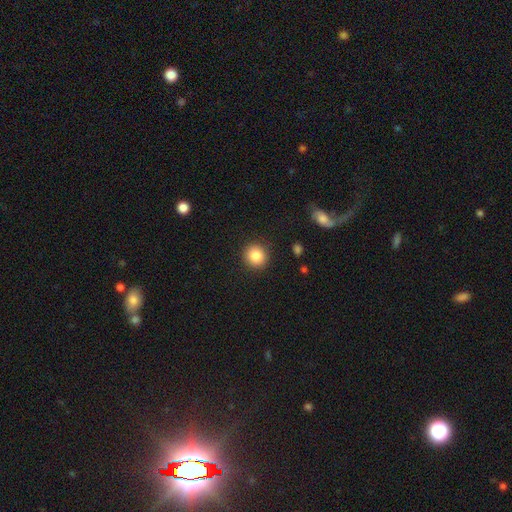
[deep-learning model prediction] The model was most divided on "smooth or featured": smooth: 85%, star or artifact: 9%, featured or disk: 5%. More confident: how rounded — round (92%); merging — none (90%).